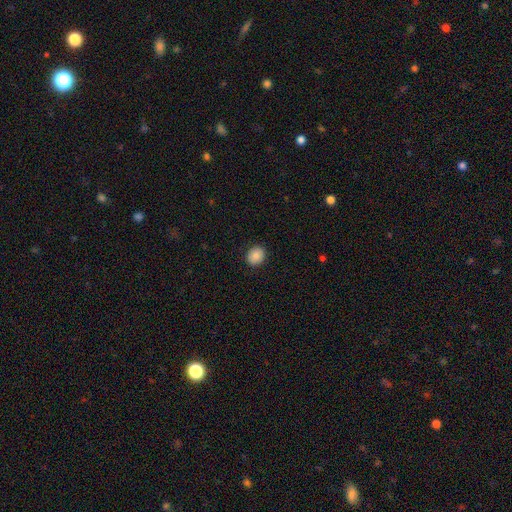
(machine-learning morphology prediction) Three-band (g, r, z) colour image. It shows a smooth galaxy with no disk features (85%) that is round (69%). Merging: none (90%).